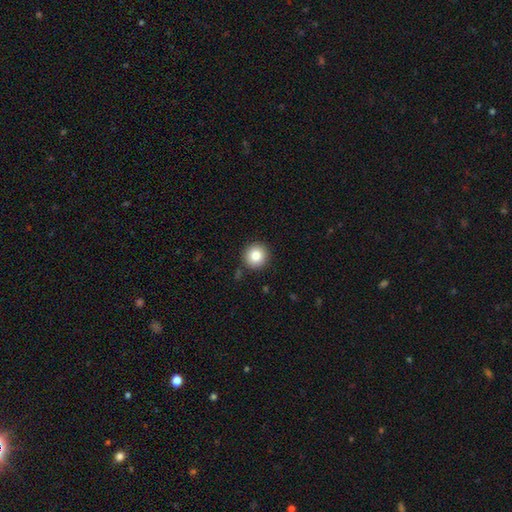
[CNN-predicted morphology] A smooth galaxy with no disk features (83%) that is round (94%).

Vote fractions:
- Smooth or featured? smooth: 83% / star or artifact: 10% / featured or disk: 7%
- How rounded? round: 94% / in between: 5% / cigar-shaped: 1%
- Merging? none: 90% / minor disturbance: 7% / major disturbance: 2% / merger: 2%